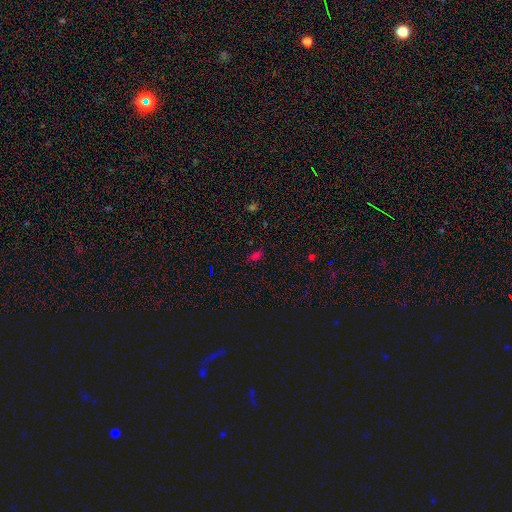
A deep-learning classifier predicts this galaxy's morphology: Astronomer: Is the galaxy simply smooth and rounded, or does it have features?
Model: smooth — 56% (runner-up: star or artifact, 36%).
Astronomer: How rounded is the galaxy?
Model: in between — 80%.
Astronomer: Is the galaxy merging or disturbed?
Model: none — 73%.